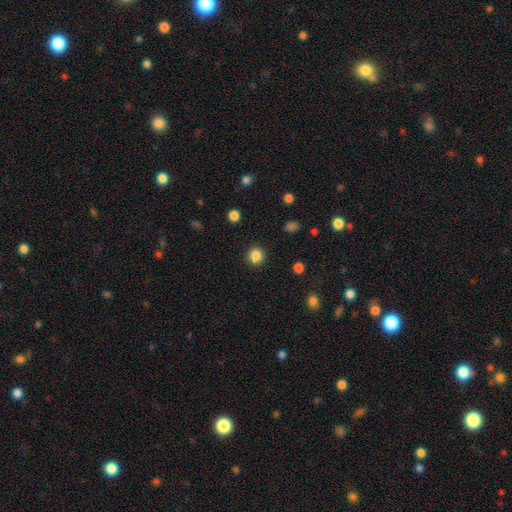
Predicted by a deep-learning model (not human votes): The model was most divided on "smooth or featured": smooth: 85%, star or artifact: 11%, featured or disk: 4%. More confident: merging — none (90%); how rounded — round (90%).